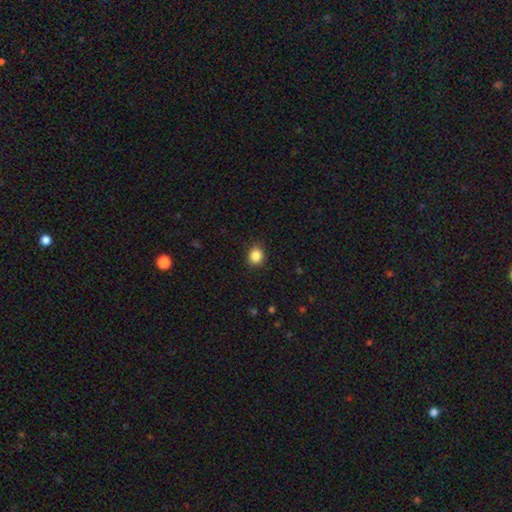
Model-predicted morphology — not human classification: This is clearly a smooth galaxy (86%). How rounded: likely round (69%). Merging: clearly none (88%).